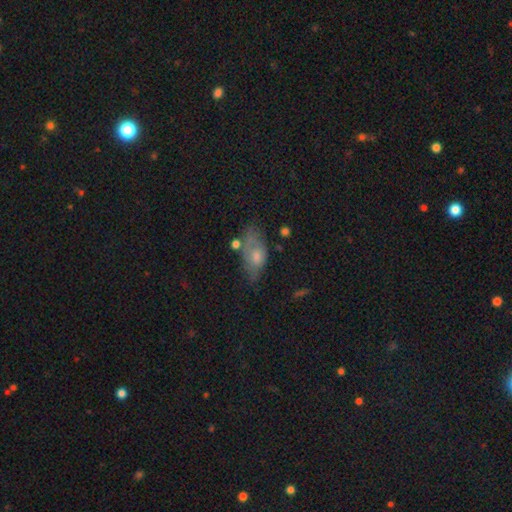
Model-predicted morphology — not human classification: Overall: smooth (51%; featured or disk 34%). How rounded: in between (82%). Merging: none (53%; minor disturbance 27%).